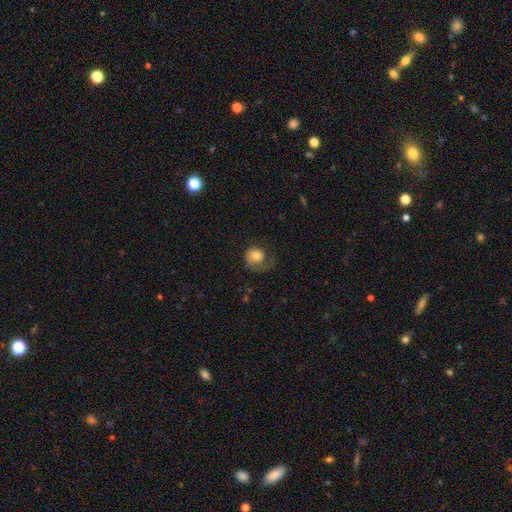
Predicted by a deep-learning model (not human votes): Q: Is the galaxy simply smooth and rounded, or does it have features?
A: smooth — 59%.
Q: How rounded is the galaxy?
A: round — 73%.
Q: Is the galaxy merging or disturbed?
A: major disturbance — 40%.